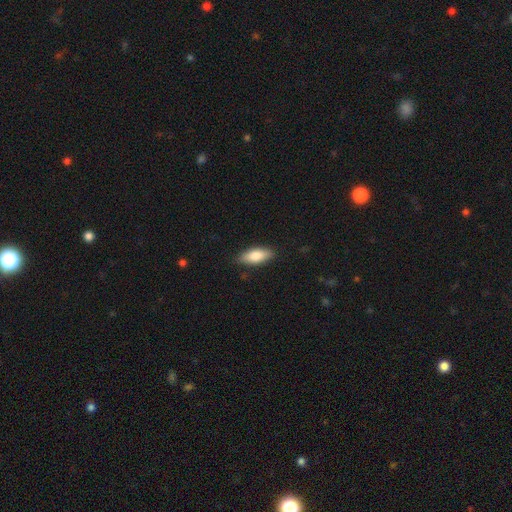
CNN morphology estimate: Overall: smooth (77%). How rounded: in between (74%). Merging: none (85%).